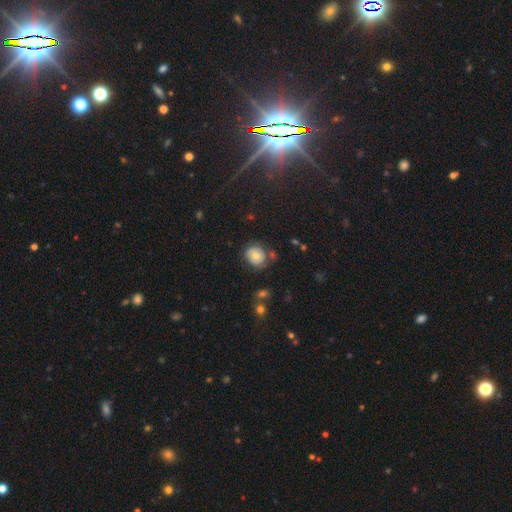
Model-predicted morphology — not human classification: Q: Smooth or featured?
A: smooth (61%); runner-up: featured or disk (28%)
Q: How rounded?
A: round (75%); runner-up: in between (24%)
Q: Merging?
A: none (66%); runner-up: minor disturbance (20%)